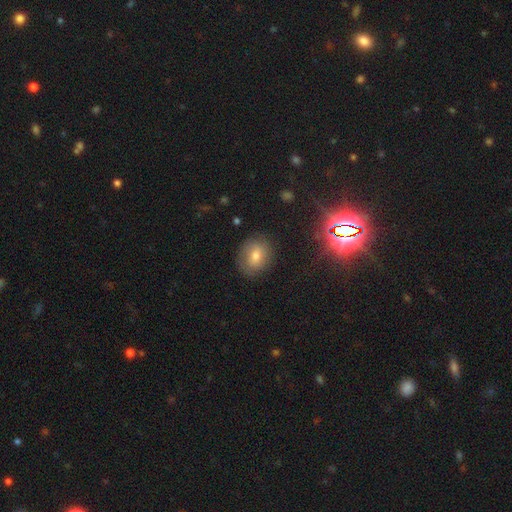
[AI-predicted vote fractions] This is likely a smooth galaxy (65%). How rounded: possibly round (51%). Merging: clearly none (81%).